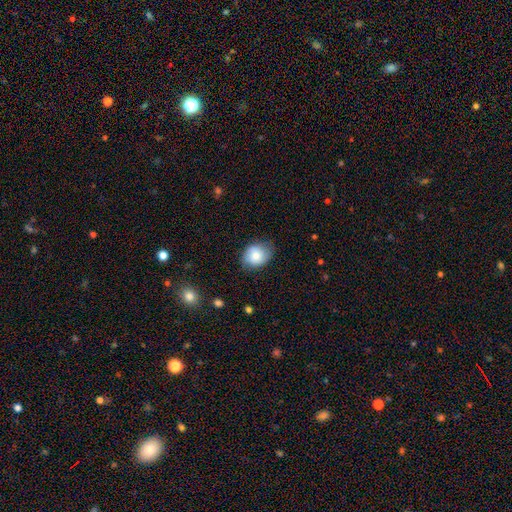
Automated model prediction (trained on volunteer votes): Morphology: type=smooth (76%); roundness=round (50%); merging=none (69%).